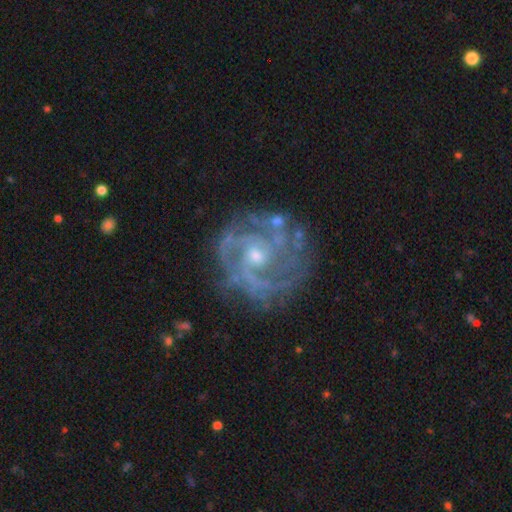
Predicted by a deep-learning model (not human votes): A featured or disk galaxy (87%) with no bar (69%), 3 (27%) tight (59%) spiral arms (94%) and a small central bulge (55%).

Vote fractions:
- Smooth or featured? featured or disk: 87% / star or artifact: 7% / smooth: 6%
- Edge-on disk? no: 98% / yes: 2%
- Bar? no: 69% / weak: 26% / strong: 6%
- Spiral arms? yes: 94% / no: 6%
- Spiral winding? tight: 59% / medium: 34% / loose: 7%
- Spiral arm count? 3: 27% / can't tell: 25% / 2: 25% / 4: 11% / more than 4: 6% / 1: 6%
- Bulge size? small: 55% / moderate: 41% / none: 2% / large: 2% / dominant: 1%
- Merging? none: 69% / minor disturbance: 18% / major disturbance: 10% / merger: 3%